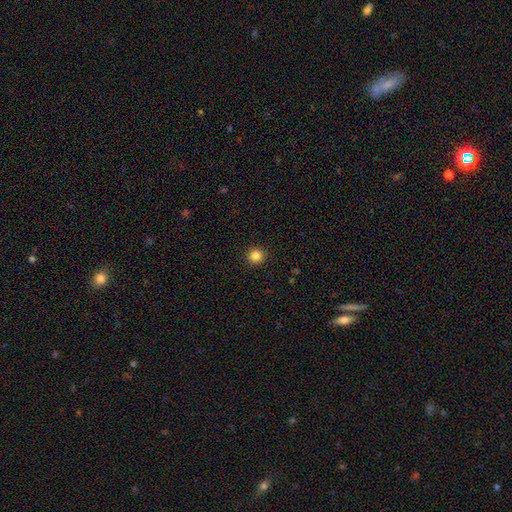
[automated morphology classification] This is clearly a smooth galaxy (84%). How rounded: clearly round (94%). Merging: clearly none (93%).